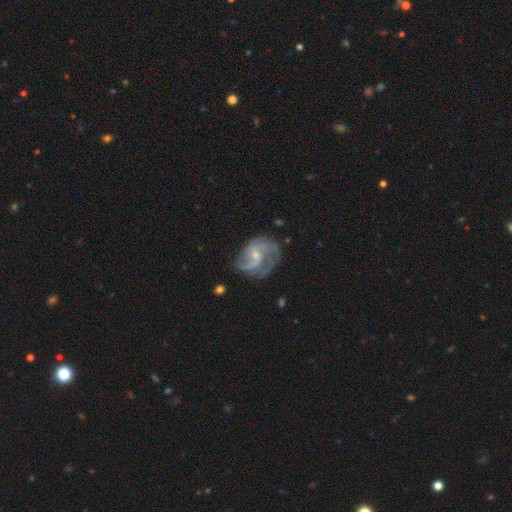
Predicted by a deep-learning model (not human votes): Q: Smooth or featured?
A: featured or disk (86%); runner-up: smooth (8%)
Q: Edge-on disk?
A: no (98%); runner-up: yes (2%)
Q: Bar?
A: no (47%); runner-up: weak (44%)
Q: Spiral arms?
A: yes (96%); runner-up: no (4%)
Q: Spiral winding?
A: medium (51%); runner-up: loose (32%)
Q: Spiral arm count?
A: 2 (51%); runner-up: 3 (22%)
Q: Bulge size?
A: small (66%); runner-up: moderate (28%)
Q: Merging?
A: none (61%); runner-up: minor disturbance (22%)